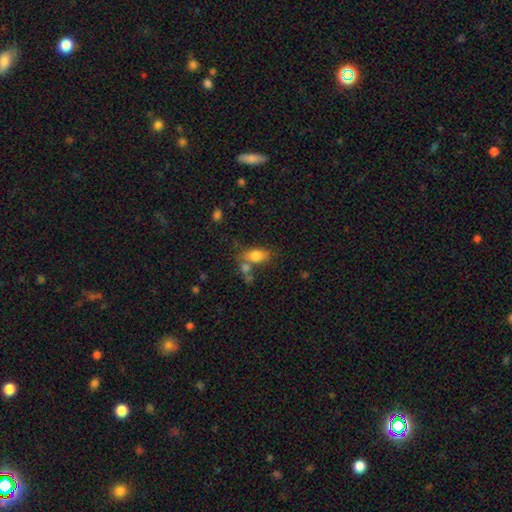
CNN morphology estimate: smooth-or-featured: smooth: 79% | featured or disk: 12% | star or artifact: 9%
  how-rounded: in between: 85% | round: 9% | cigar-shaped: 6%
  merging: none: 51% | merger: 25% | minor disturbance: 16% | major disturbance: 8%